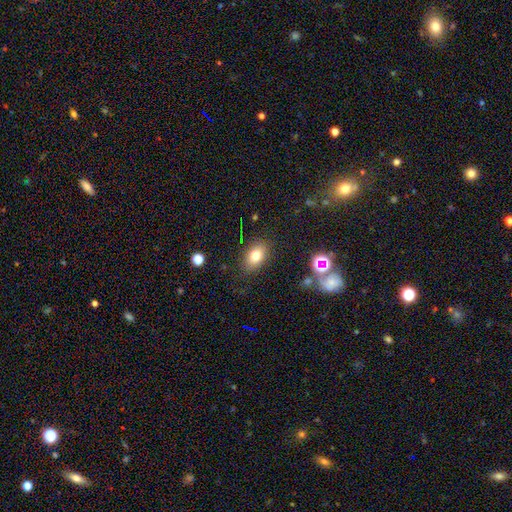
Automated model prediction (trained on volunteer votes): The model was most divided on "smooth or featured": smooth: 77%, star or artifact: 12%, featured or disk: 11%. More confident: merging — none (83%); how rounded — in between (82%).